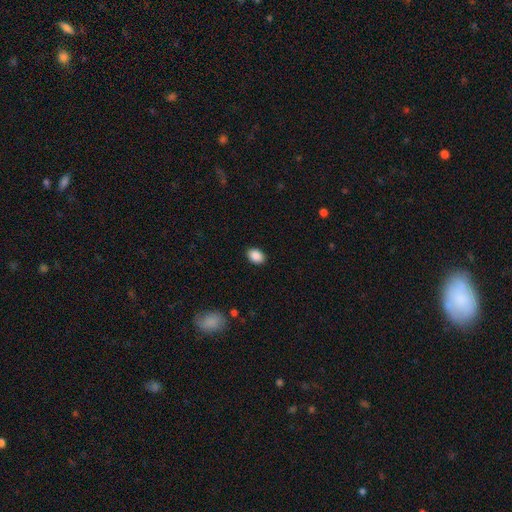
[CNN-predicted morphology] This appears to be a smooth galaxy with no disk features (89%) that is in between round and cigar-shaped (75%). Merging: none (89%).